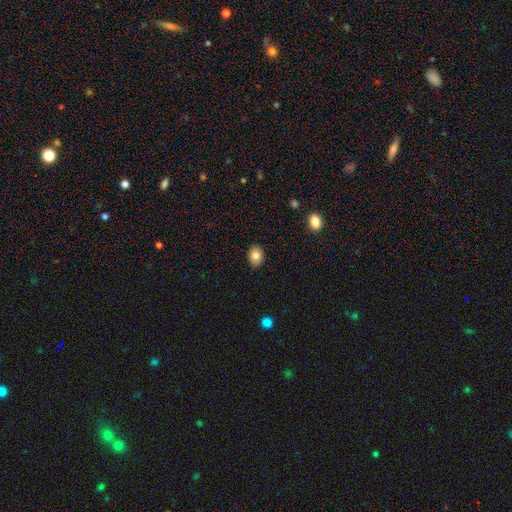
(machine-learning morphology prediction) Smooth or featured: smooth — 82% (featured or disk — 9%)
How rounded: in between — 64% (round — 35%)
Merging: none — 89% (minor disturbance — 8%)